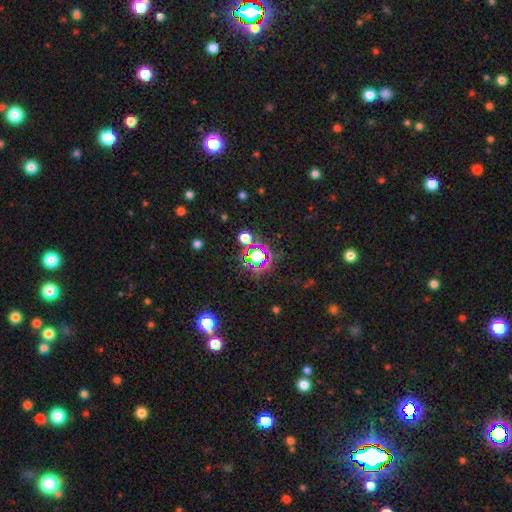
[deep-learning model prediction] Smooth or featured? star or artifact (61%)